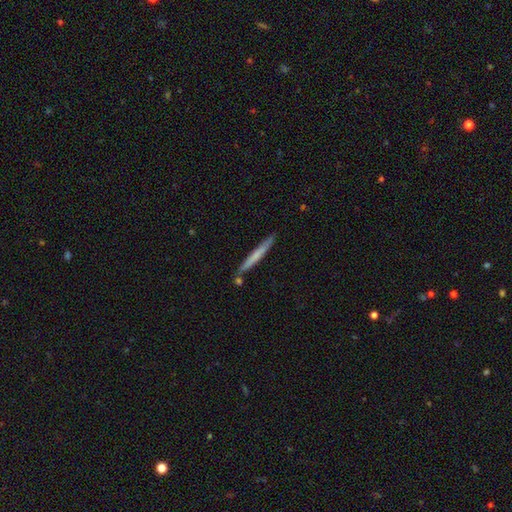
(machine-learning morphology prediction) This is possibly a smooth galaxy (57%). How rounded: clearly cigar-shaped (97%). Merging: clearly none (83%).